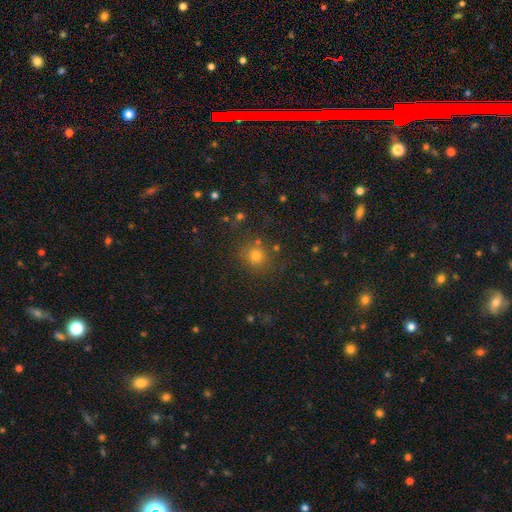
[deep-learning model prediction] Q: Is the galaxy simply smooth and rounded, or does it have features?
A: smooth — 73%.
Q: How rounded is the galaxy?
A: round — 89%.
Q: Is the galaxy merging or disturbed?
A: none — 80%.